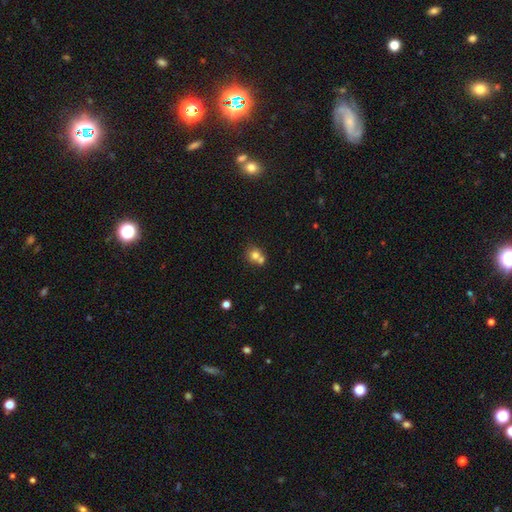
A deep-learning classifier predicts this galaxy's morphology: Smooth or featured: smooth — 73% (featured or disk — 14%)
How rounded: round — 80% (in between — 19%)
Merging: merger — 48% (none — 41%)